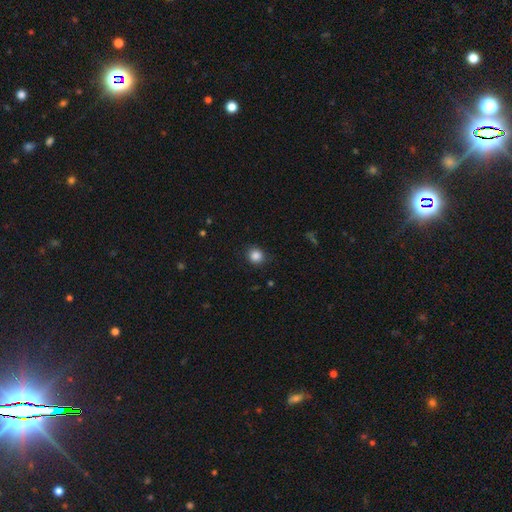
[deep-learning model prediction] smooth-or-featured: smooth: 86% | star or artifact: 11% | featured or disk: 4%
  how-rounded: round: 86% | in between: 13% | cigar-shaped: 1%
  merging: none: 86% | minor disturbance: 10% | major disturbance: 3% | merger: 1%